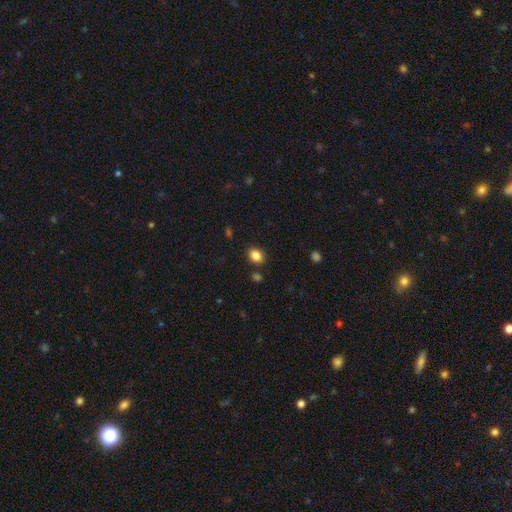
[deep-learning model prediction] A smooth galaxy with no disk features (85%) that is in between round and cigar-shaped (54%). Merging: none (86%).